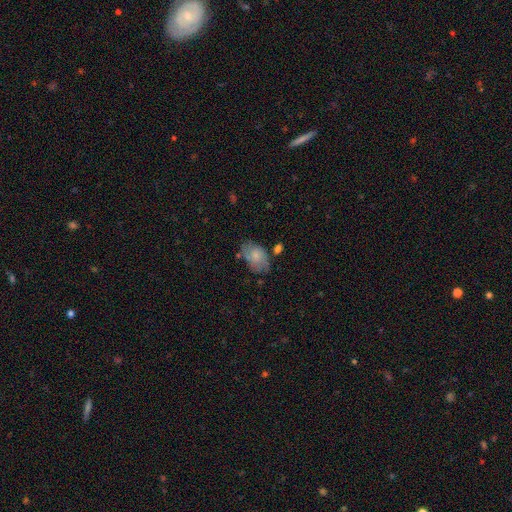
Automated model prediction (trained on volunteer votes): The model was most divided on "merging": none: 57%, minor disturbance: 27%, major disturbance: 10%, merger: 7%. More confident: how rounded — in between (88%); smooth or featured — smooth (63%).